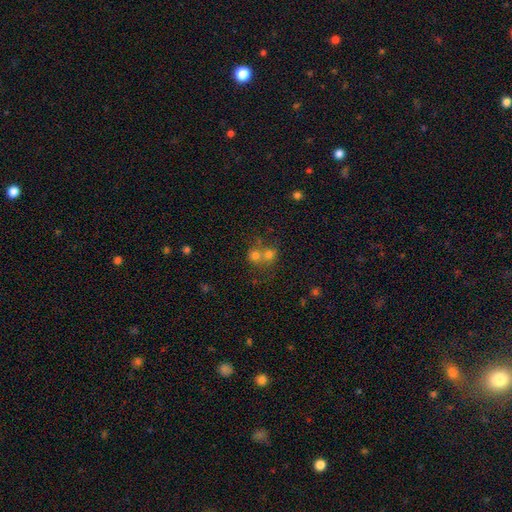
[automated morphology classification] This is likely a smooth galaxy (70%). How rounded: clearly round (82%). Merging: possibly merger (58%).